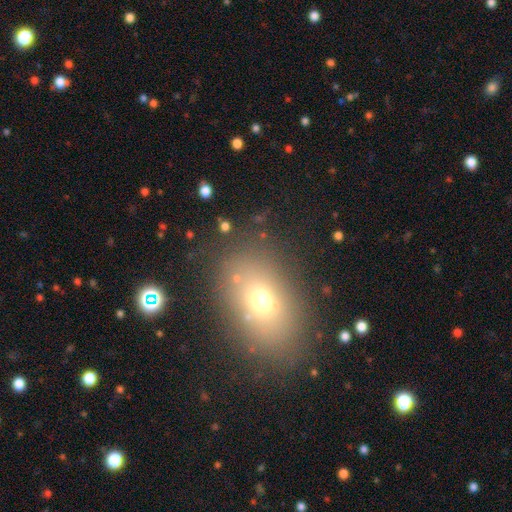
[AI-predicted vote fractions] The model was most divided on "smooth or featured": smooth: 65%, star or artifact: 18%, featured or disk: 16%. More confident: merging — none (80%); how rounded — in between (75%).